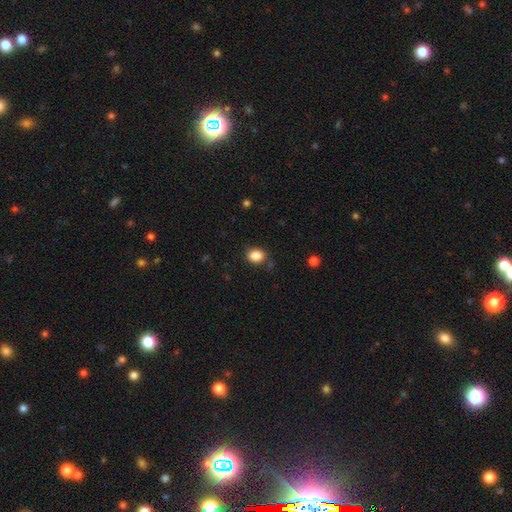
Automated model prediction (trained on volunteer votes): This appears to be a smooth galaxy with no disk features (86%) that is in between round and cigar-shaped (51%). Merging: none (81%).